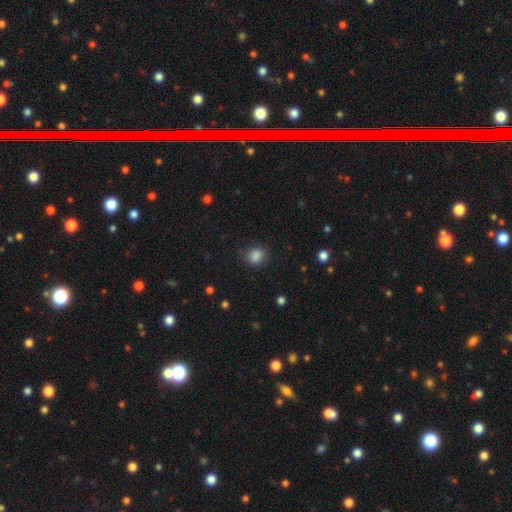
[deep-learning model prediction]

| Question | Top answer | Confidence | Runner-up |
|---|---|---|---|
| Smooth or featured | smooth | 85% | star or artifact (11%) |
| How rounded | round | 54% | in between (45%) |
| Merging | none | 74% | minor disturbance (19%) |